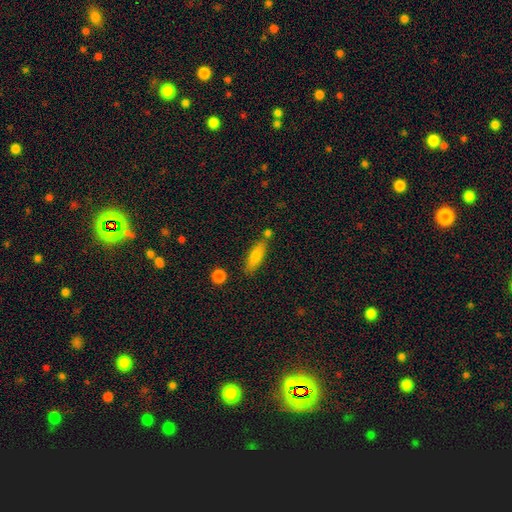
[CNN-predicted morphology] Q: Smooth or featured?
A: smooth (75%); runner-up: featured or disk (17%)
Q: How rounded?
A: in between (51%); runner-up: cigar-shaped (47%)
Q: Merging?
A: none (75%); runner-up: minor disturbance (13%)